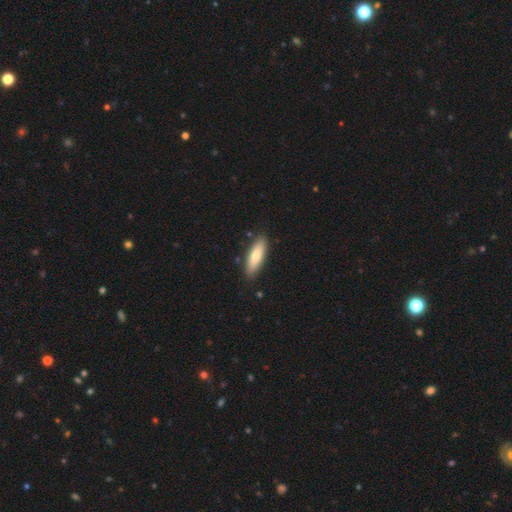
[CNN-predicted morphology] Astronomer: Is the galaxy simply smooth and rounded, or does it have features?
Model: smooth — 74%.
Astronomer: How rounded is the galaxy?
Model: in between — 55% (runner-up: cigar-shaped, 43%).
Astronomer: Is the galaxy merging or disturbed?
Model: none — 86%.